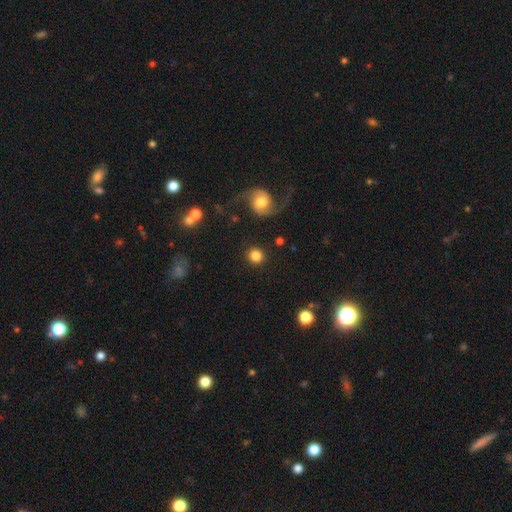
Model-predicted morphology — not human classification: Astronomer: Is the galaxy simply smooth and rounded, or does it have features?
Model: smooth — 82%.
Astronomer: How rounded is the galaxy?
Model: round — 93%.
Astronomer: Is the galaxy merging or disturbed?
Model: none — 88%.